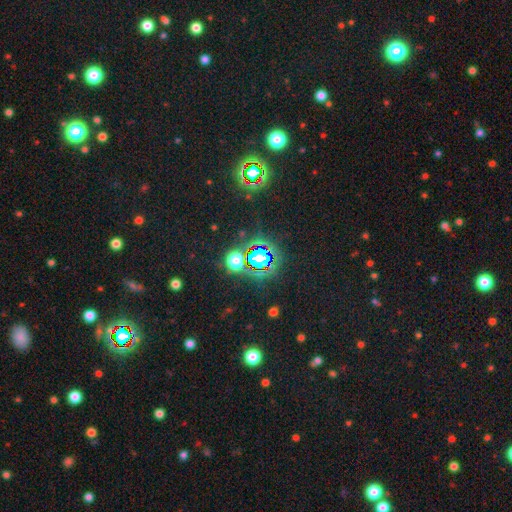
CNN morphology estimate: Smooth or featured? Predicted: star or artifact (p=0.81).